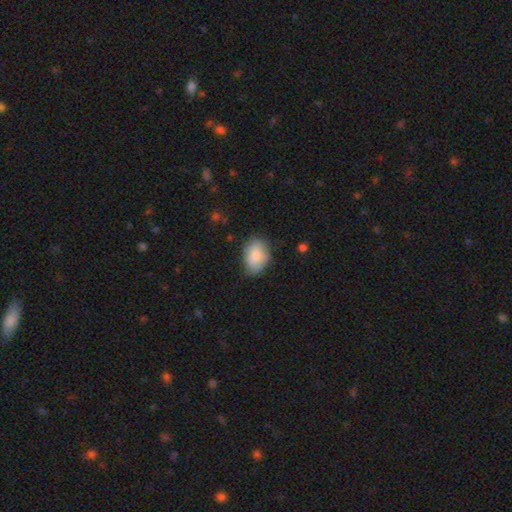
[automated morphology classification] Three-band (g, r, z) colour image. It shows a smooth galaxy with no disk features (82%) that is in between round and cigar-shaped (83%). Merging: none (66%).